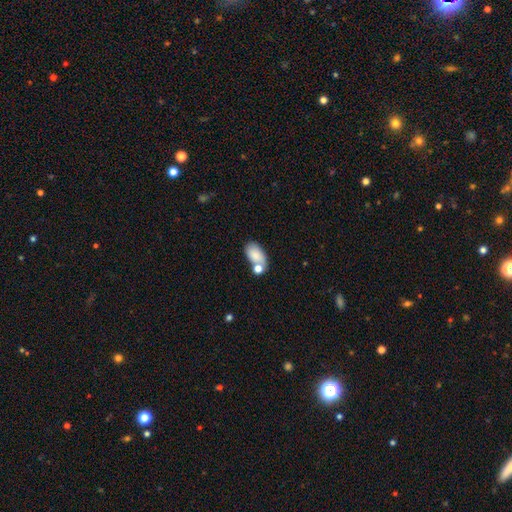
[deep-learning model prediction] A smooth galaxy with no disk features (82%) that is in between round and cigar-shaped (93%). Merging: none (49%).